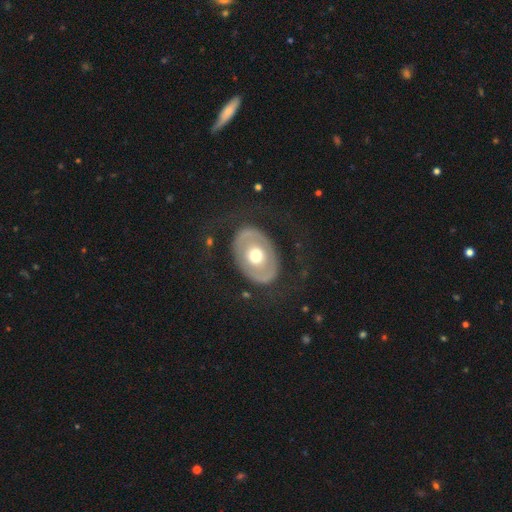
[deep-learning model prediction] Smooth or featured? Predicted: featured or disk (p=0.57). Edge-on disk? Predicted: no (p=0.94). Bar? Predicted: no (p=0.85). Spiral arms? Predicted: no (p=0.76). Bulge size? Predicted: moderate (p=0.69). Merging? Predicted: none (p=0.73).